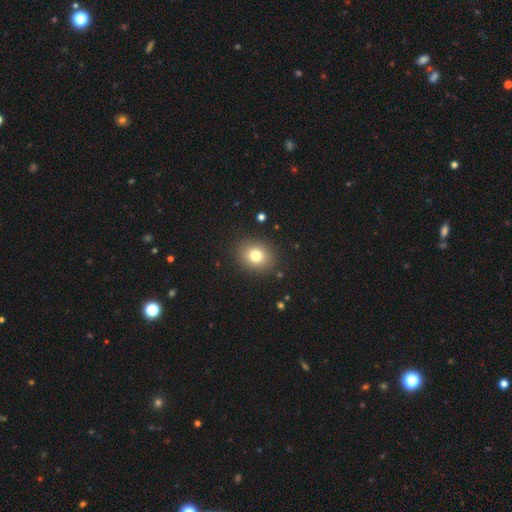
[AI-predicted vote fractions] This appears to be a smooth galaxy with no disk features (78%) that is round (63%). Merging: none (89%).